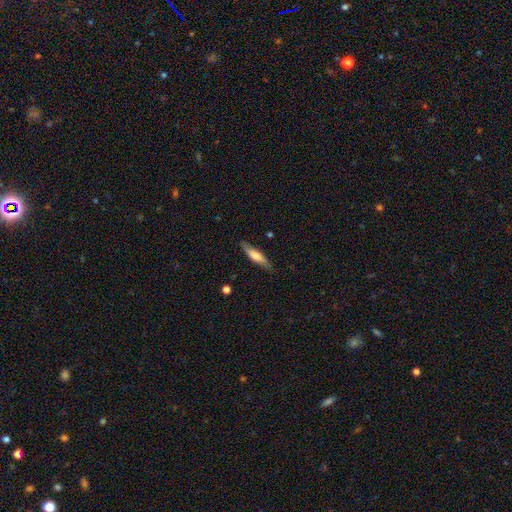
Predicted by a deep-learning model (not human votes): smooth 60%, featured or disk 34%, star or artifact 6%. Down the decision tree: how rounded — cigar-shaped (77%); merging — none (83%).